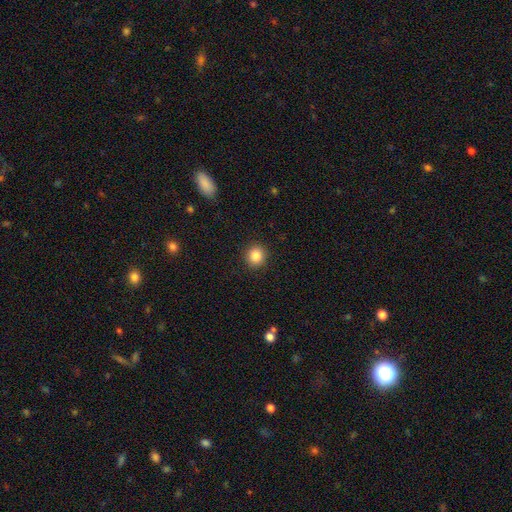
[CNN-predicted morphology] A smooth galaxy with no disk features (85%) that is round (89%). Merging: none (91%).